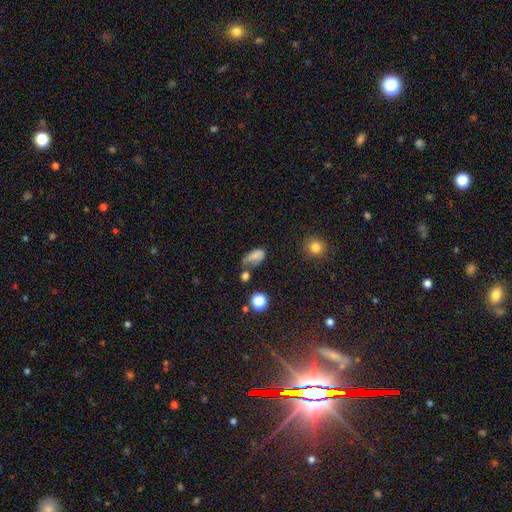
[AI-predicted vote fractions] This appears to be a smooth galaxy with no disk features (69%) that is in between round and cigar-shaped (84%). Merging: none (34%).